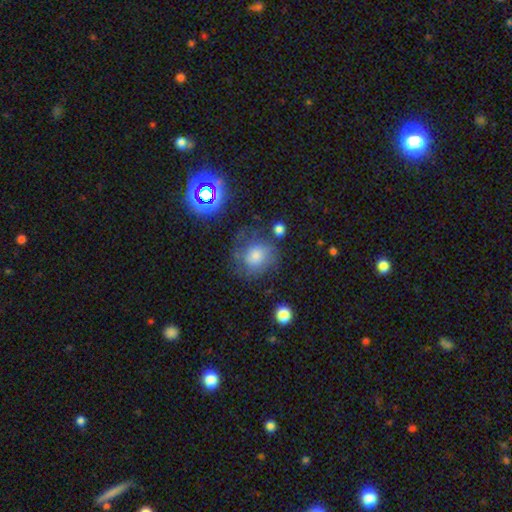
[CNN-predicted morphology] Smooth or featured?
  - smooth: 48% *
  - featured or disk: 37%
  - star or artifact: 16%
Merging?
  - none: 60% *
  - minor disturbance: 21%
  - major disturbance: 15%
  - merger: 4%